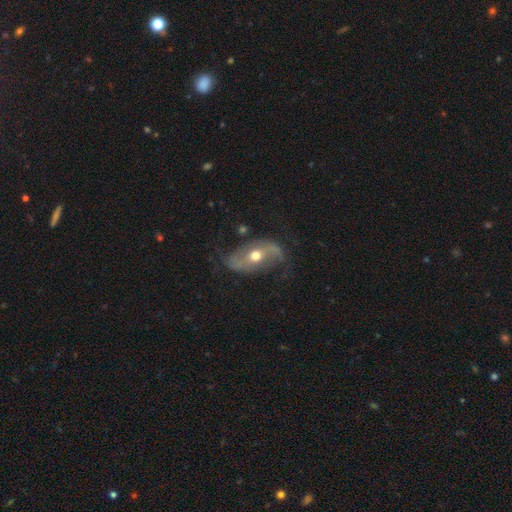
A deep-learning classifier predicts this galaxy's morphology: Smooth or featured? Predicted: featured or disk (p=0.77). Edge-on disk? Predicted: no (p=0.92). Bar? Predicted: no (p=0.47). Spiral arms? Predicted: yes (p=0.80). Spiral winding? Predicted: loose (p=0.62). Spiral arm count? Predicted: 2 (p=0.90). Bulge size? Predicted: moderate (p=0.79). Merging? Predicted: none (p=0.63).